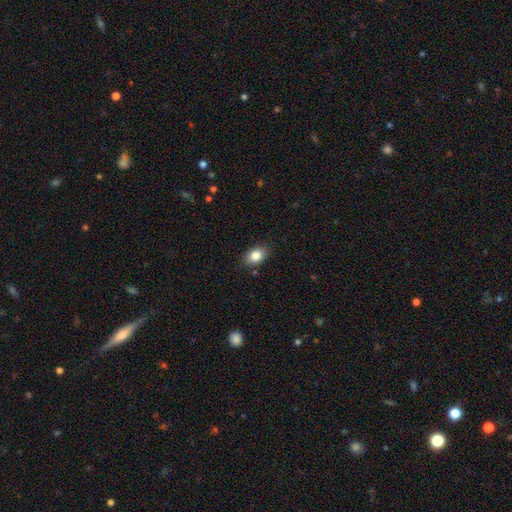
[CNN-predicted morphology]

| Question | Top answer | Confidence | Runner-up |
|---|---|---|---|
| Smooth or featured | smooth | 83% | star or artifact (9%) |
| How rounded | in between | 78% | round (20%) |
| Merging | none | 85% | minor disturbance (11%) |